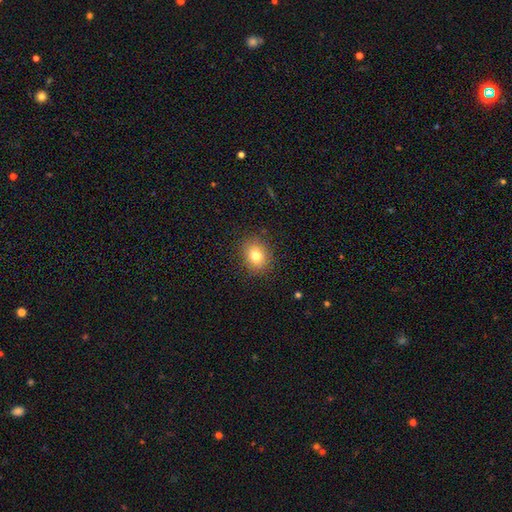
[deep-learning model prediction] Smooth or featured?
  - smooth: 78% *
  - star or artifact: 12%
  - featured or disk: 10%
How rounded?
  - round: 62% *
  - in between: 37%
  - cigar-shaped: 1%
Merging?
  - none: 87% *
  - minor disturbance: 9%
  - major disturbance: 3%
  - merger: 1%